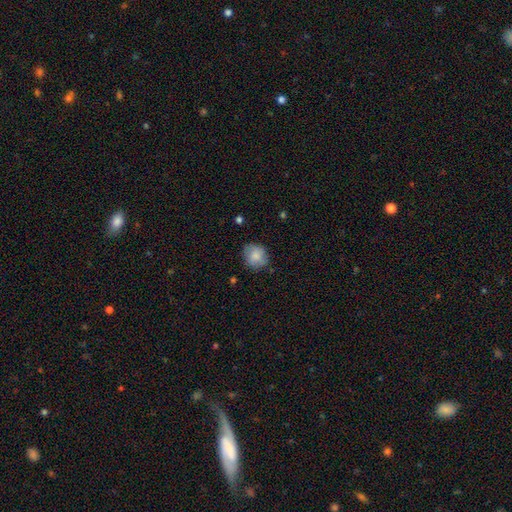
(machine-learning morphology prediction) smooth_or_featured: smooth (p=0.79) [alt: featured or disk p=0.13]
how_rounded: round (p=0.72) [alt: in between p=0.27]
merging: none (p=0.74) [alt: minor disturbance p=0.20]